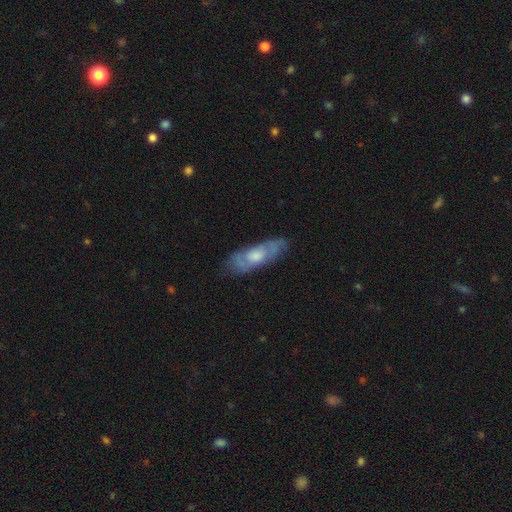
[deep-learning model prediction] Morphology: type=featured or disk (56%); edge-on=no (71%); merging=none (70%).